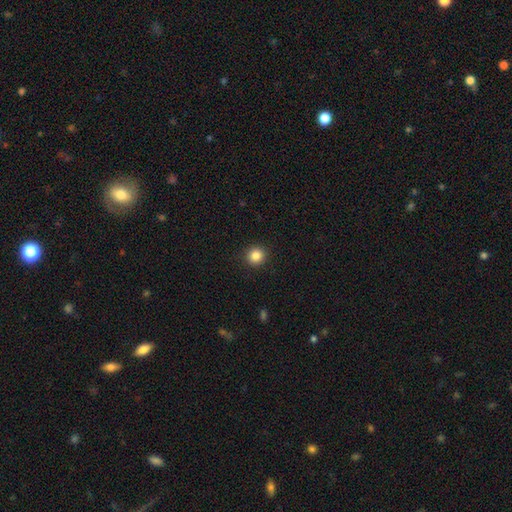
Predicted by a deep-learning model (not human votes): Smooth or featured: smooth — 85% (star or artifact — 11%)
How rounded: round — 92% (in between — 7%)
Merging: none — 92% (minor disturbance — 5%)